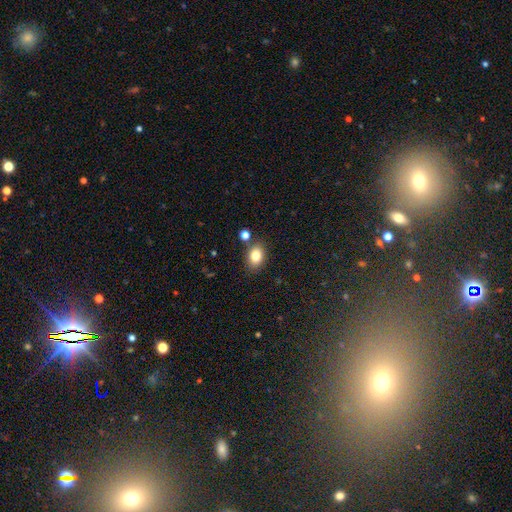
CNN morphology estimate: This is clearly a smooth galaxy (82%). How rounded: likely in between (75%). Merging: likely none (79%).